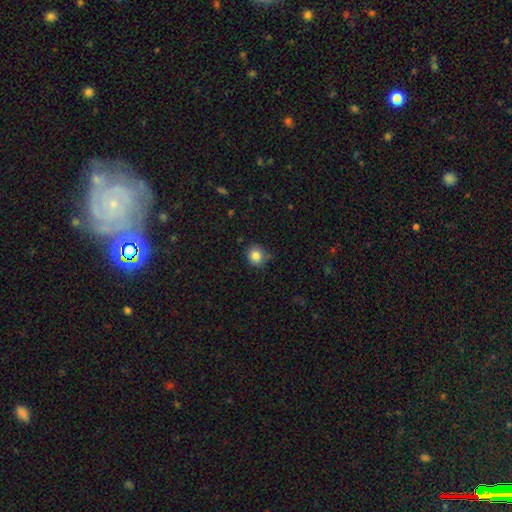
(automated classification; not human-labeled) smooth 84%, star or artifact 10%, featured or disk 6%. Down the decision tree: how rounded — round (86%); merging — none (79%).